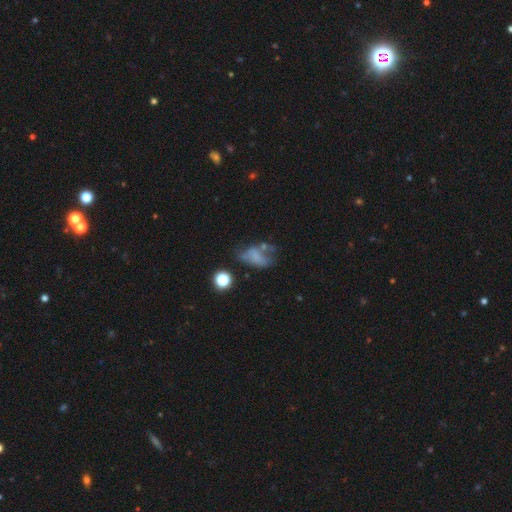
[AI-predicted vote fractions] smooth-or-featured: smooth: 45% | featured or disk: 38% | star or artifact: 17%
  merging: major disturbance: 31% (tied) | none: 31% (tied) | minor disturbance: 24% | merger: 15%